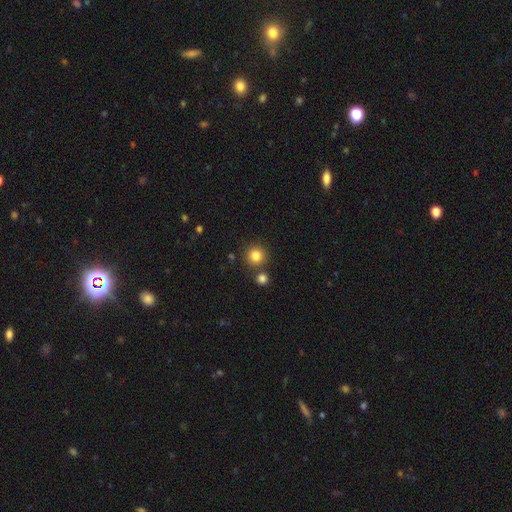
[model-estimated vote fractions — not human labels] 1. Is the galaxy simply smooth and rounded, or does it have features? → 83% smooth, 12% star or artifact, 5% featured or disk.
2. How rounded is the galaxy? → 93% round, 6% in between, 1% cigar-shaped.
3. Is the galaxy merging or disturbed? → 80% none, 10% merger, 7% minor disturbance, 3% major disturbance.